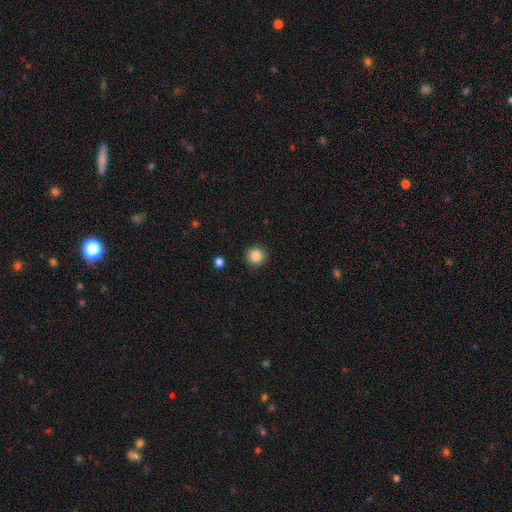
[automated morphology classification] Smooth or featured? smooth (86%)
How rounded? round (94%)
Merging? none (90%)